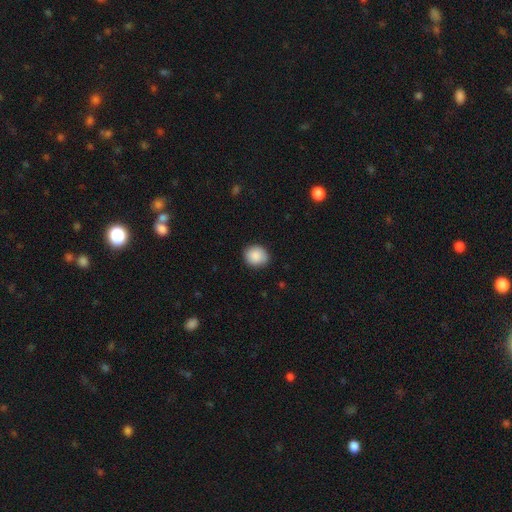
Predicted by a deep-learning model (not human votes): Smooth or featured? Predicted: smooth (p=0.88). How rounded? Predicted: round (p=0.75). Merging? Predicted: none (p=0.85).